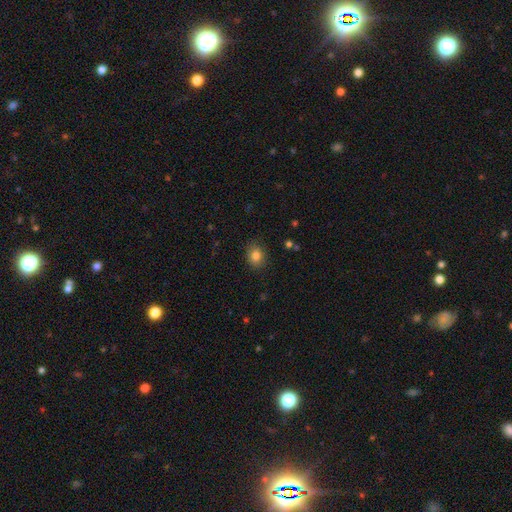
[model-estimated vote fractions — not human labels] Smooth or featured: smooth — 84% (star or artifact — 10%)
How rounded: in between — 54% (round — 45%)
Merging: none — 85% (minor disturbance — 11%)